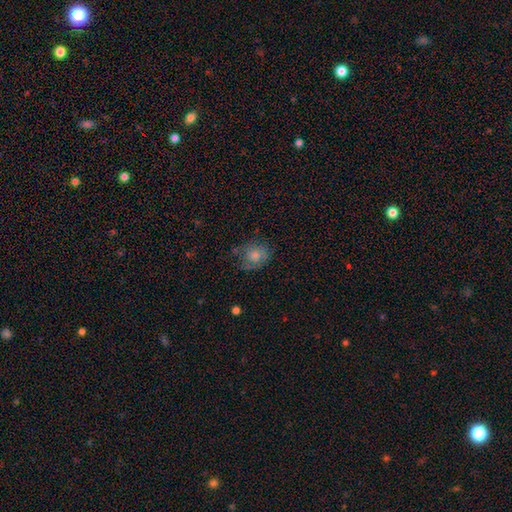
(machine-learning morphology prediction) The model was most divided on "merging": none: 56%, minor disturbance: 28%, major disturbance: 14%, merger: 3%. More confident: how rounded — round (67%); smooth or featured — smooth (64%).